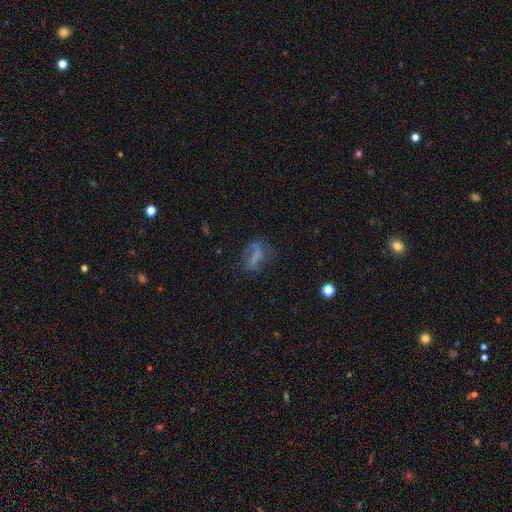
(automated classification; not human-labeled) Smooth or featured? Predicted: smooth (p=0.46). Merging? Predicted: none (p=0.42).